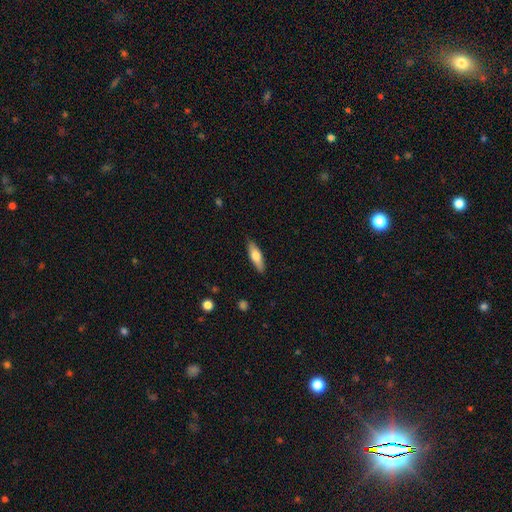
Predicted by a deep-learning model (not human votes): This is likely a smooth galaxy (64%). How rounded: possibly cigar-shaped (56%). Merging: clearly none (87%).